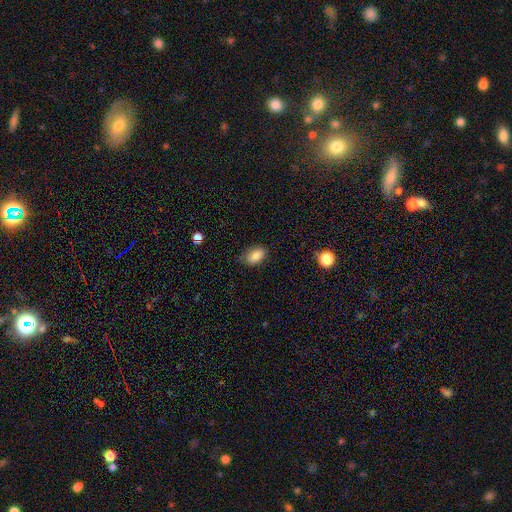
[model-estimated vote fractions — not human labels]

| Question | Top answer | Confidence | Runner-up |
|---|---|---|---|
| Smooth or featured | smooth | 82% | star or artifact (9%) |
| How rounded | in between | 87% | round (12%) |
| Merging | none | 72% | minor disturbance (23%) |